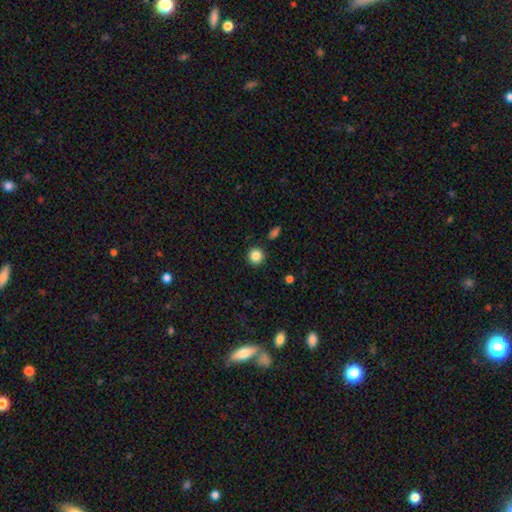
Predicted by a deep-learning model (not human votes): Morphology: type=smooth (85%); roundness=round (94%); merging=none (91%).